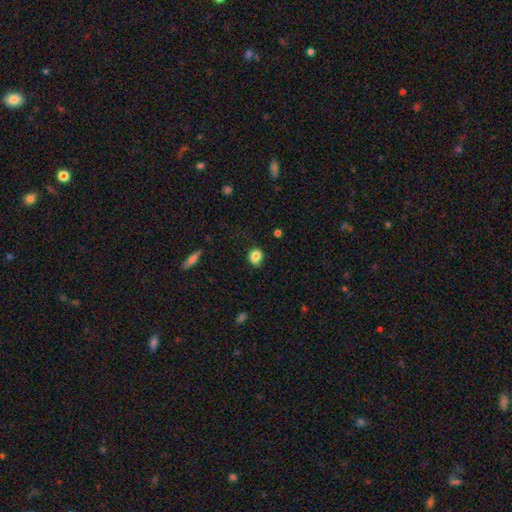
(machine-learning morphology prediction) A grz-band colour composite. It shows a smooth galaxy with no disk features (82%) that is round (67%). Merging: none (70%).